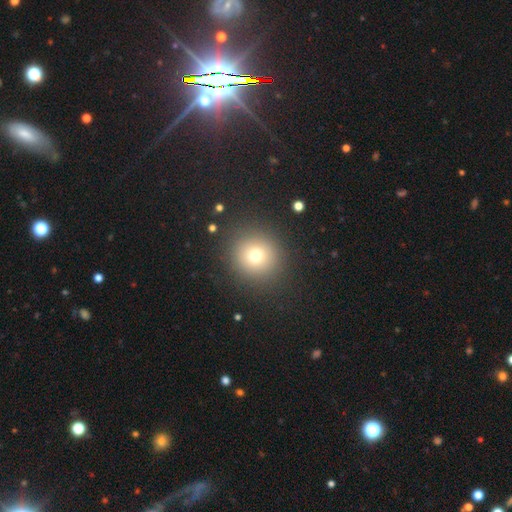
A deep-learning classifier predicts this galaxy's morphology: Overall: smooth (71%). How rounded: round (93%). Merging: none (88%).